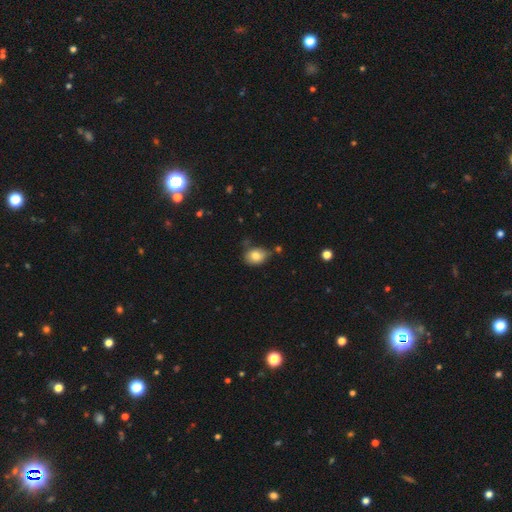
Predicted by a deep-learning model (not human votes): Overall: smooth (80%). How rounded: in between (65%; round 34%). Merging: none (57%; minor disturbance 29%).